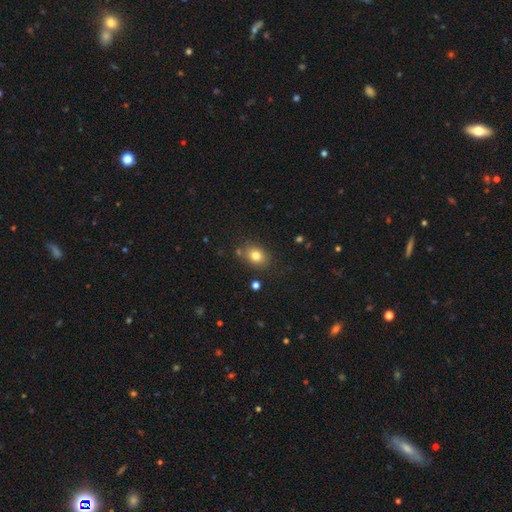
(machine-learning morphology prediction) smooth_or_featured: smooth (p=0.79) [alt: star or artifact p=0.12]
how_rounded: round (p=0.51) [alt: in between p=0.48]
merging: none (p=0.78) [alt: minor disturbance p=0.13]